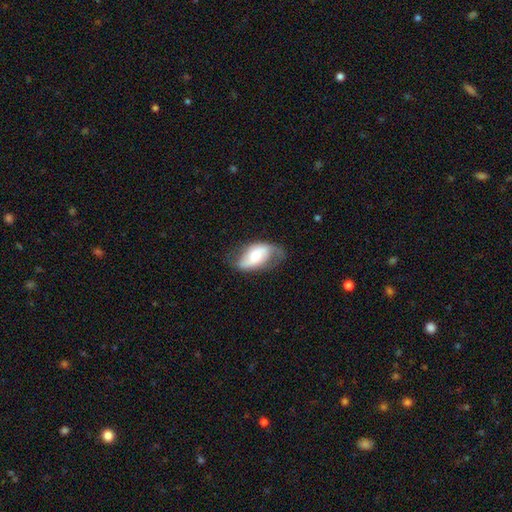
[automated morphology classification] The model was most divided on "smooth or featured": featured or disk: 54%, smooth: 39%, star or artifact: 7%. More confident: edge-on disk — no (92%); merging — none (57%).